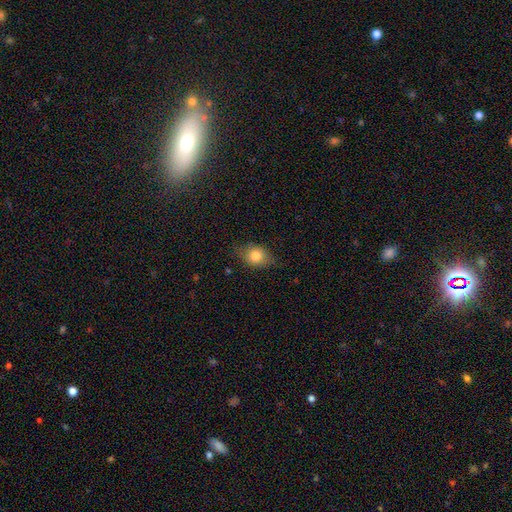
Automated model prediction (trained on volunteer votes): smooth_or_featured: smooth (p=0.79) [alt: featured or disk p=0.11]
how_rounded: in between (p=0.64) [alt: round p=0.34]
merging: none (p=0.75) [alt: minor disturbance p=0.20]